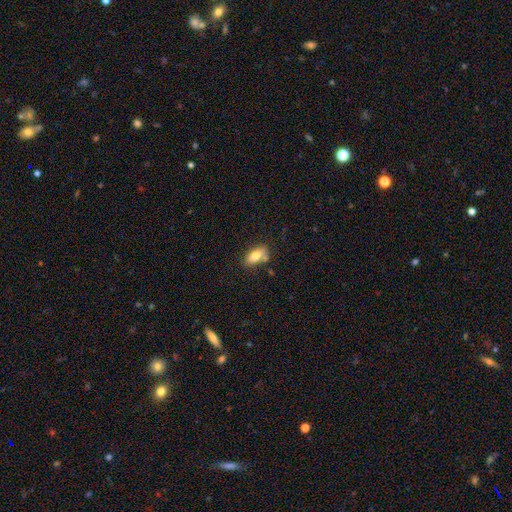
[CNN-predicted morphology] smooth_or_featured: smooth (p=0.77) [alt: featured or disk p=0.15]
how_rounded: in between (p=0.87) [alt: cigar-shaped p=0.09]
merging: none (p=0.69) [alt: minor disturbance p=0.17]